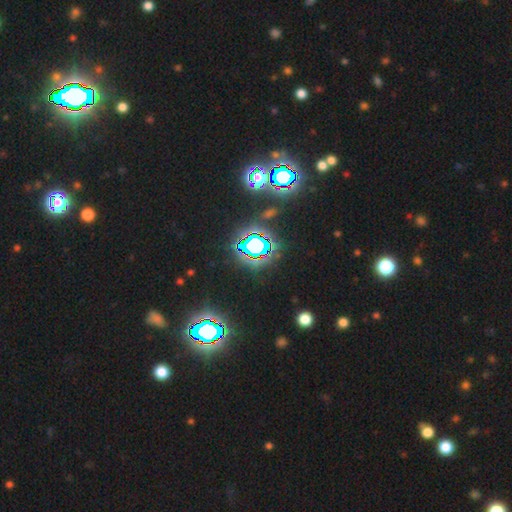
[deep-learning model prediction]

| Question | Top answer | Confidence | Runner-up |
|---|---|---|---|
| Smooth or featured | star or artifact | 82% | smooth (11%) |